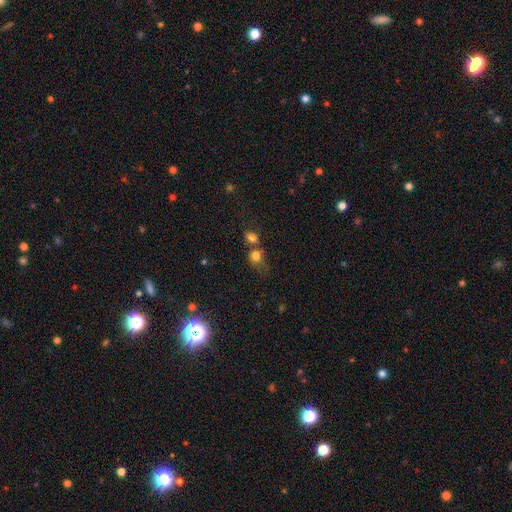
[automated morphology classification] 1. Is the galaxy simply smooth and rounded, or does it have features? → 77% smooth, 14% star or artifact, 9% featured or disk.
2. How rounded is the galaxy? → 64% round, 34% in between, 1% cigar-shaped.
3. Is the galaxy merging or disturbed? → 40% merger (tied), 40% none (tied), 13% minor disturbance, 7% major disturbance.